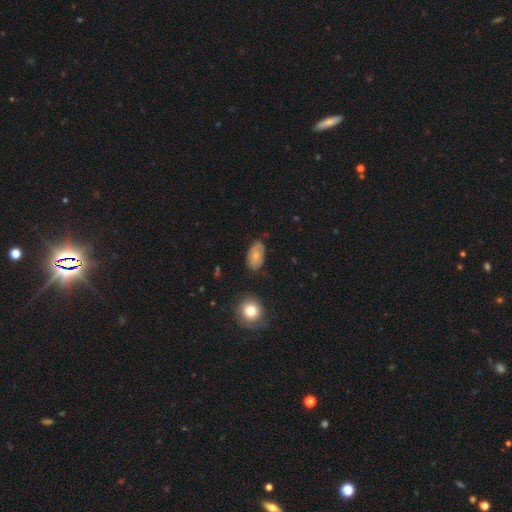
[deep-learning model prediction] smooth_or_featured: smooth (p=0.65) [alt: featured or disk p=0.26]
how_rounded: in between (p=0.90) [alt: round p=0.08]
merging: none (p=0.68) [alt: minor disturbance p=0.25]